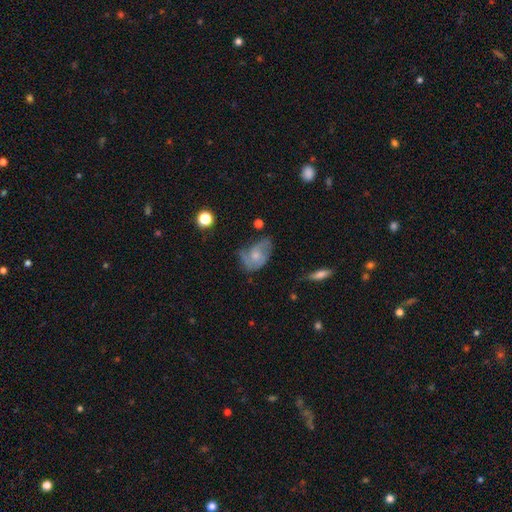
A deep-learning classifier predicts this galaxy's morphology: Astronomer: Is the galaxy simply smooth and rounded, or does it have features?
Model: featured or disk — 59%.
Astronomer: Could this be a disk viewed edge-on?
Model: no — 96%.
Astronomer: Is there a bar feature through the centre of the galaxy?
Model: no — 72%.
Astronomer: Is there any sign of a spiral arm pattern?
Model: yes — 77%.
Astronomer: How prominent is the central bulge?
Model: moderate — 43% (runner-up: small, 40%).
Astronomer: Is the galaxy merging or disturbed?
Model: none — 41% (runner-up: minor disturbance, 31%).